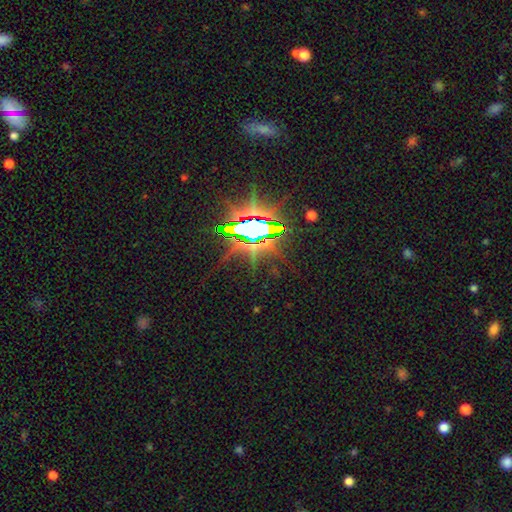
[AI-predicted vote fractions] A star or artifact, not a galaxy (84%).